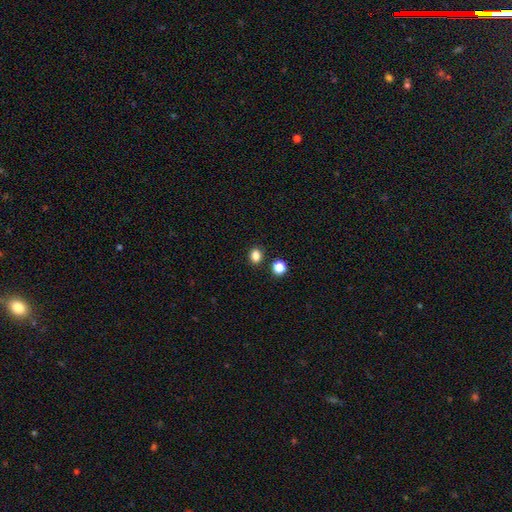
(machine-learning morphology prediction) Overall: smooth (84%). How rounded: round (59%; in between 40%). Merging: none (85%).